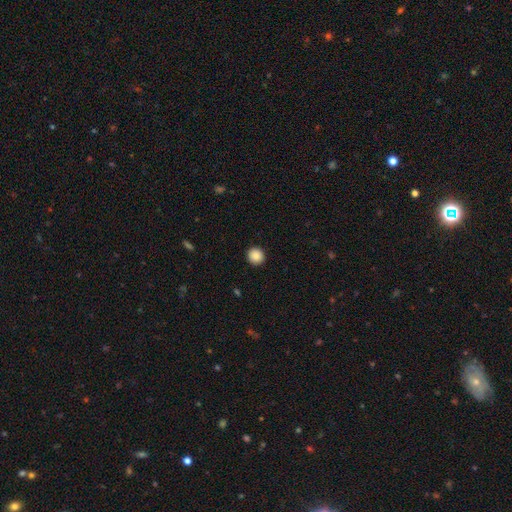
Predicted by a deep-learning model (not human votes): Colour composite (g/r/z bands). It shows a smooth galaxy with no disk features (88%) that is round (93%). Merging: none (93%).